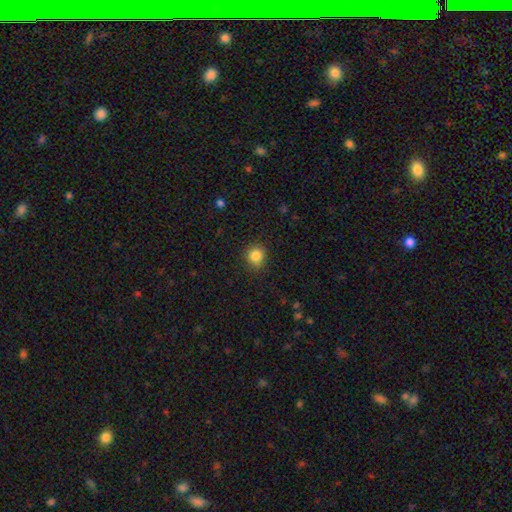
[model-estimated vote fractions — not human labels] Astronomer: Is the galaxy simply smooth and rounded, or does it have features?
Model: smooth — 83%.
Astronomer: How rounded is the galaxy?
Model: round — 86%.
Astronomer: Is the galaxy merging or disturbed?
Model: none — 83%.